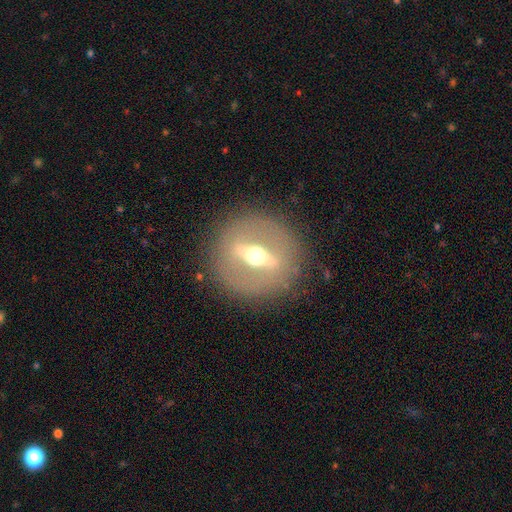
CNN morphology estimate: A featured or disk galaxy (78%).

Vote fractions:
- Smooth or featured? featured or disk: 78% / smooth: 15% / star or artifact: 7%
- Edge-on disk? no: 51% / yes: 49%
- Merging? none: 87% / minor disturbance: 8% / major disturbance: 5% / merger: 1%